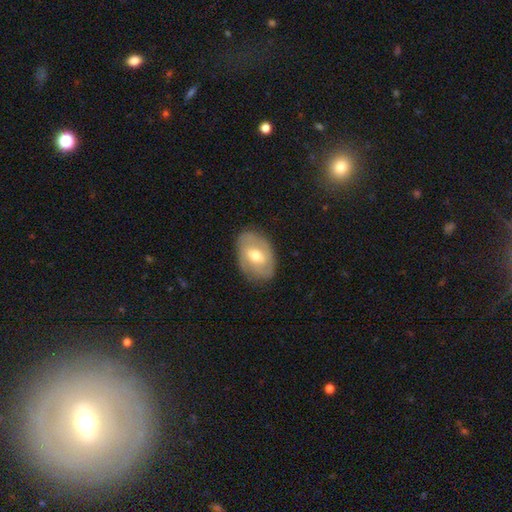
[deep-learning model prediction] smooth-or-featured: smooth: 48% | featured or disk: 45% | star or artifact: 6%
  merging: none: 78% | minor disturbance: 16% | major disturbance: 4% | merger: 1%